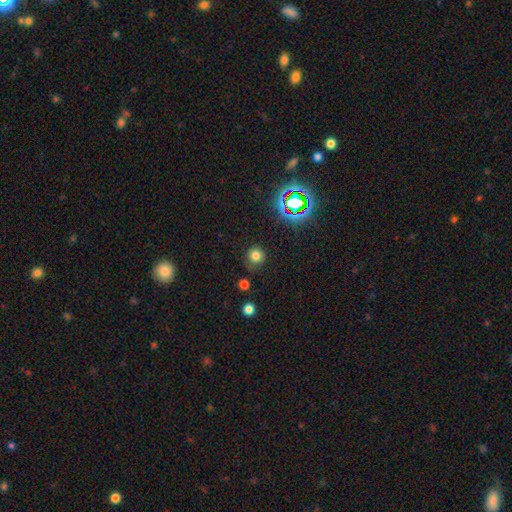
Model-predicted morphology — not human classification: Q: Smooth or featured?
A: smooth (73%); runner-up: star or artifact (21%)
Q: How rounded?
A: round (91%); runner-up: in between (8%)
Q: Merging?
A: none (80%); runner-up: minor disturbance (13%)